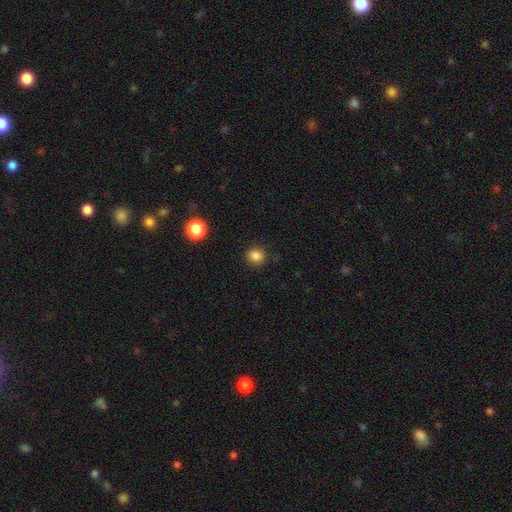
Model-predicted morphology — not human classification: A smooth galaxy with no disk features (84%) that is round (81%). Merging: none (89%).